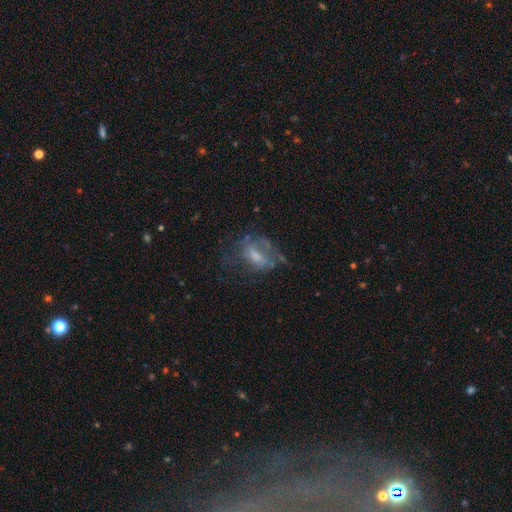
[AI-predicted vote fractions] Smooth or featured?
  - featured or disk: 55% *
  - smooth: 31%
  - star or artifact: 14%
Edge-on disk?
  - no: 94% *
  - yes: 6%
Bar?
  - no: 55% *
  - weak: 36%
  - strong: 9%
Spiral arms?
  - no: 61% *
  - yes: 39%
Bulge size?
  - small: 40% *
  - moderate: 38%
  - none: 16%
  - large: 5%
  - dominant: 1%
Merging?
  - none: 43% *
  - major disturbance: 32%
  - minor disturbance: 22%
  - merger: 3%